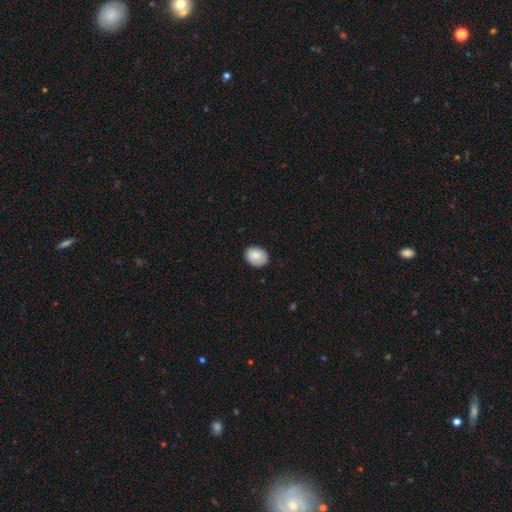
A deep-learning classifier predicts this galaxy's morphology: A smooth galaxy with no disk features (87%) that is in between round and cigar-shaped (56%). Merging: none (83%).